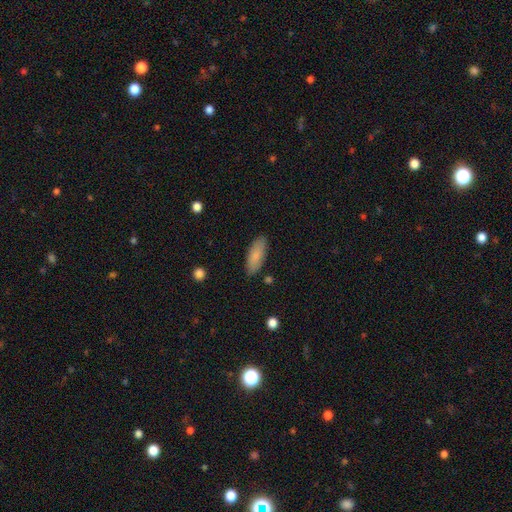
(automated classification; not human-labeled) A smooth galaxy with no disk features (83%) that is in between round and cigar-shaped (74%).

Vote fractions:
- Smooth or featured? smooth: 83% / featured or disk: 11% / star or artifact: 6%
- How rounded? in between: 74% / cigar-shaped: 24% / round: 2%
- Merging? none: 86% / minor disturbance: 10% / major disturbance: 2% / merger: 2%